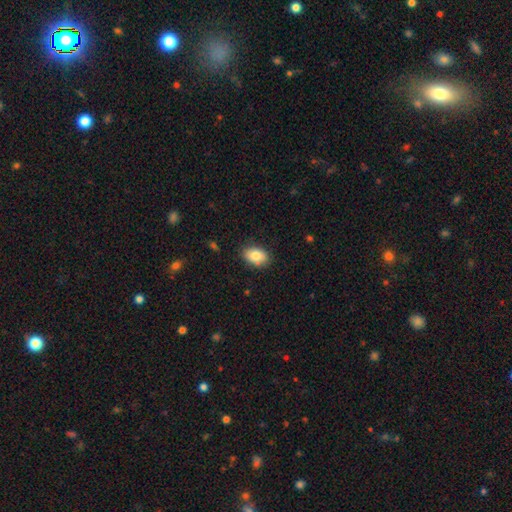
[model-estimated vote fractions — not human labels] Smooth or featured?
  - smooth: 83% *
  - featured or disk: 10%
  - star or artifact: 7%
How rounded?
  - in between: 86% *
  - round: 13%
  - cigar-shaped: 1%
Merging?
  - none: 84% *
  - minor disturbance: 12%
  - major disturbance: 3%
  - merger: 1%